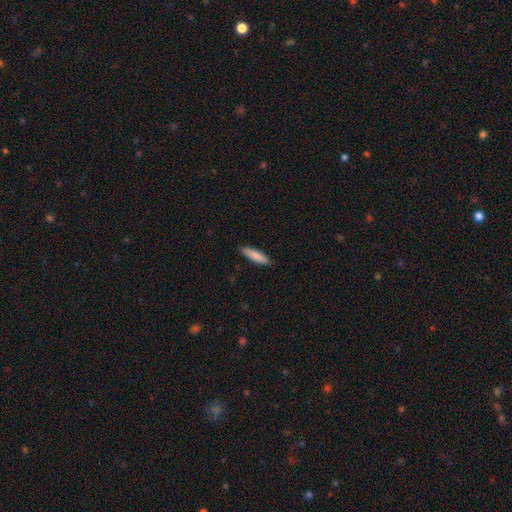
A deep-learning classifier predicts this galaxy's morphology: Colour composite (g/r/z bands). It shows a smooth galaxy with no disk features (86%) that is cigar-shaped (76%). Merging: none (90%).